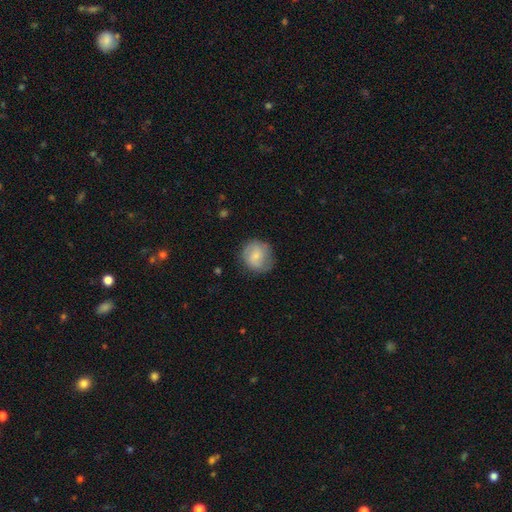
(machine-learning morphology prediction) A smooth galaxy with no disk features (70%) that is round (88%).

Vote fractions:
- Smooth or featured? smooth: 70% / featured or disk: 23% / star or artifact: 7%
- How rounded? round: 88% / in between: 11% / cigar-shaped: 1%
- Merging? none: 76% / minor disturbance: 18% / major disturbance: 6% / merger: 1%